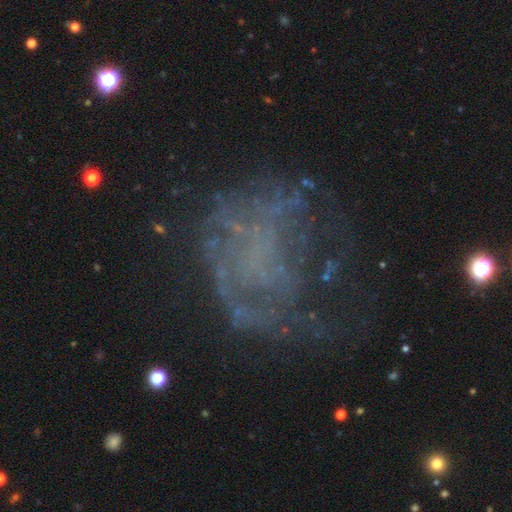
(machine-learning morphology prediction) A featured or disk galaxy (60%) with no bar (88%), no spiral arms (72%) and no central bulge (81%).

Vote fractions:
- Smooth or featured? featured or disk: 60% / star or artifact: 21% / smooth: 19%
- Edge-on disk? no: 98% / yes: 2%
- Bar? no: 88% / weak: 9% / strong: 3%
- Spiral arms? no: 72% / yes: 28%
- Bulge size? none: 81% / small: 10% / moderate: 5% / large: 2% / dominant: 1%
- Merging? none: 41% / major disturbance: 37% / minor disturbance: 18% / merger: 3%